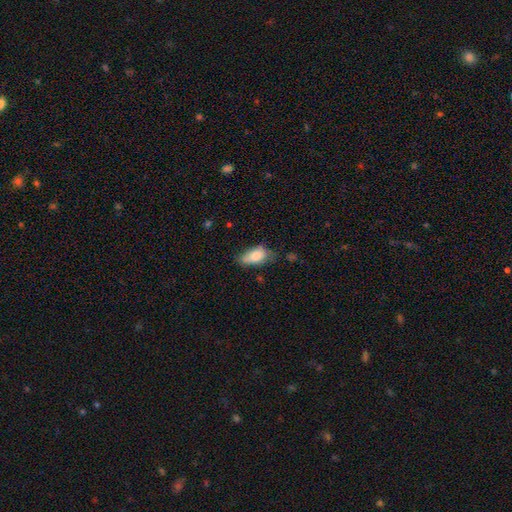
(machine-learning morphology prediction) Overall: smooth (78%). How rounded: in between (90%). Merging: none (48%; minor disturbance 38%).